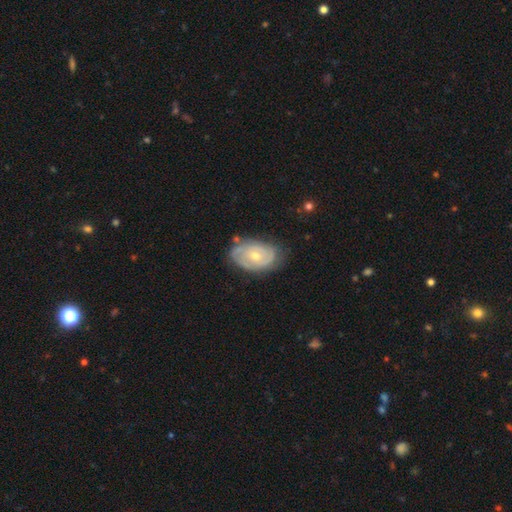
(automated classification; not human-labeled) featured or disk 72%, smooth 23%, star or artifact 5%. Down the decision tree: edge-on disk — no (95%); bar — no (77%); spiral arms — yes (80%); spiral arm count — can't tell (41%); spiral winding — tight (68%); bulge size — moderate (51%); merging — none (66%).